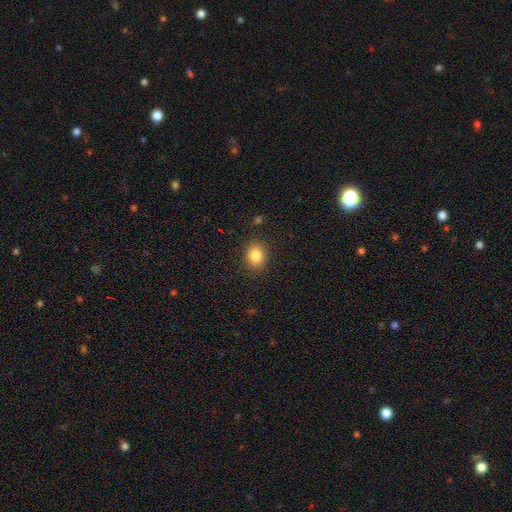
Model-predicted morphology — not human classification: Smooth or featured? Predicted: smooth (p=0.83). How rounded? Predicted: round (p=0.51). Merging? Predicted: none (p=0.87).